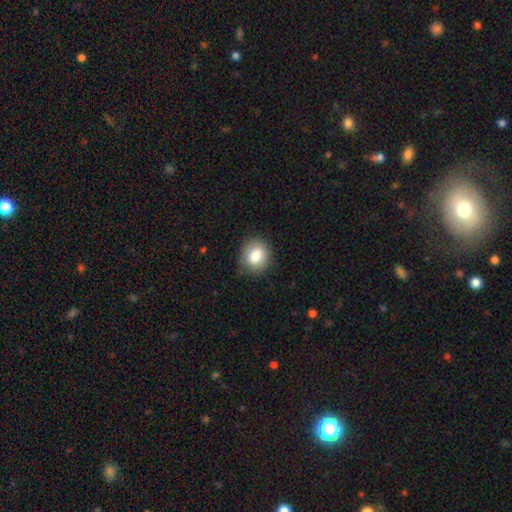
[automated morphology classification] Overall: smooth (82%). How rounded: round (58%; in between 41%). Merging: none (84%).